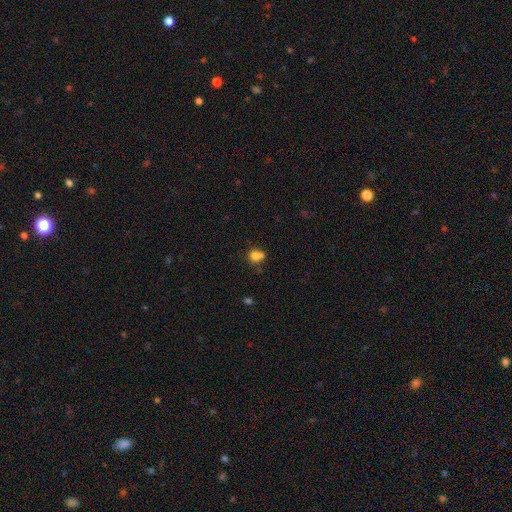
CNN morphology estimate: A smooth galaxy with no disk features (77%) that is round (78%).

Vote fractions:
- Smooth or featured? smooth: 77% / star or artifact: 12% / featured or disk: 11%
- How rounded? round: 78% / in between: 21% / cigar-shaped: 1%
- Merging? none: 46% / merger: 33% / minor disturbance: 15% / major disturbance: 6%